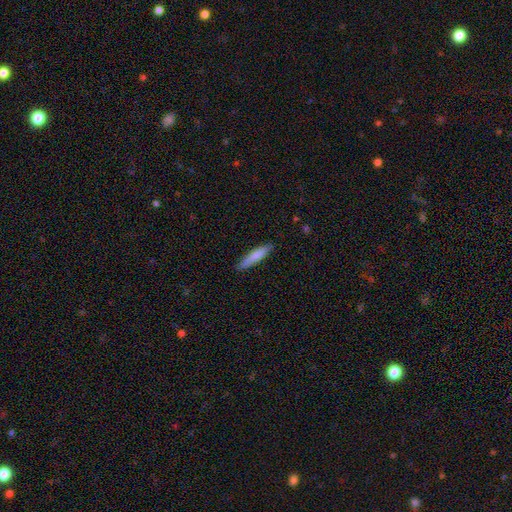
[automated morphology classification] This is likely a smooth galaxy (79%). How rounded: clearly cigar-shaped (85%). Merging: clearly none (86%).